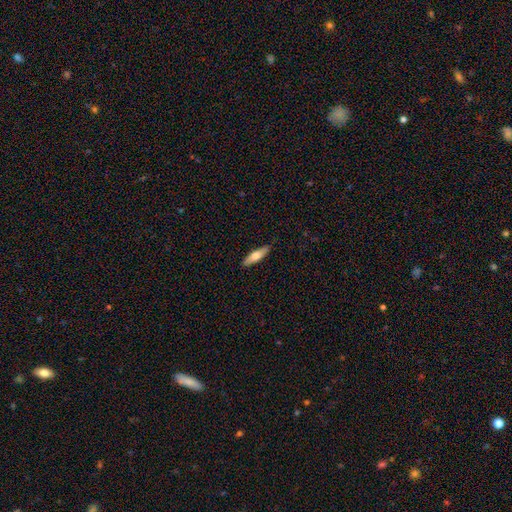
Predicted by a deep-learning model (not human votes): Morphology: type=smooth (67%); roundness=cigar-shaped (64%); merging=none (86%).